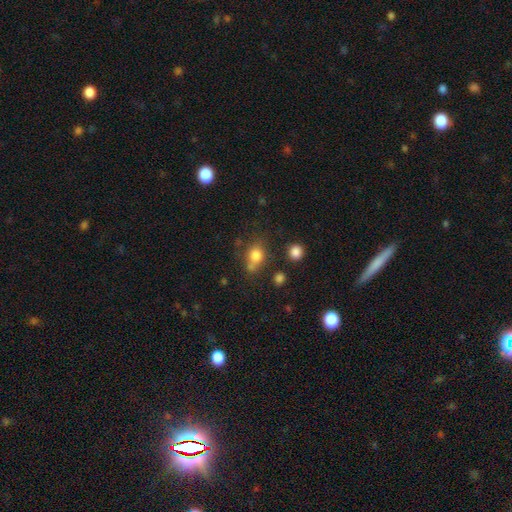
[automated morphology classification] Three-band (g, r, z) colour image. It shows a smooth galaxy with no disk features (79%) that is round (58%). Merging: none (54%).